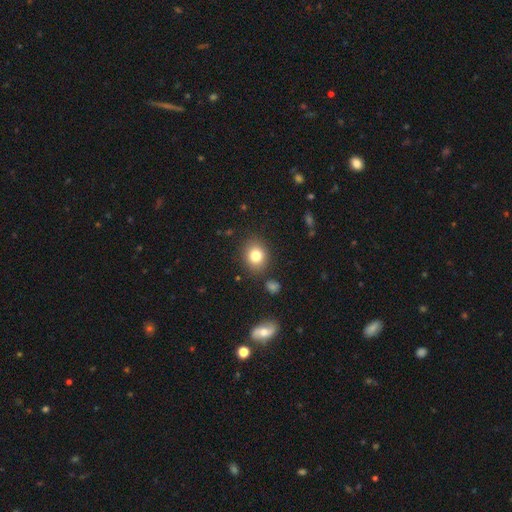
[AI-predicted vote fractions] A smooth galaxy with no disk features (80%) that is round (64%). Merging: none (85%).